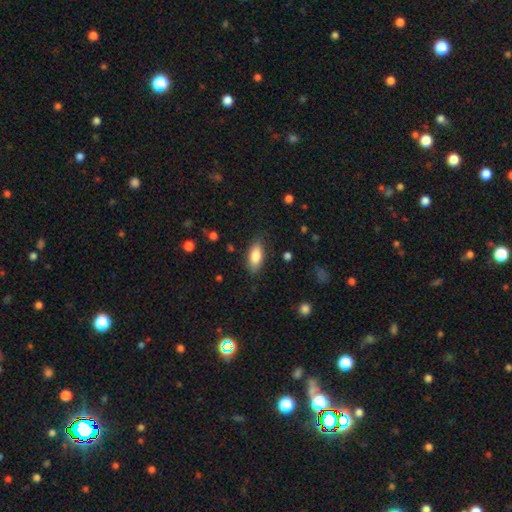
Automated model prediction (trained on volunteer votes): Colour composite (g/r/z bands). It shows a smooth galaxy with no disk features (84%) that is in between round and cigar-shaped (83%). Merging: none (82%).